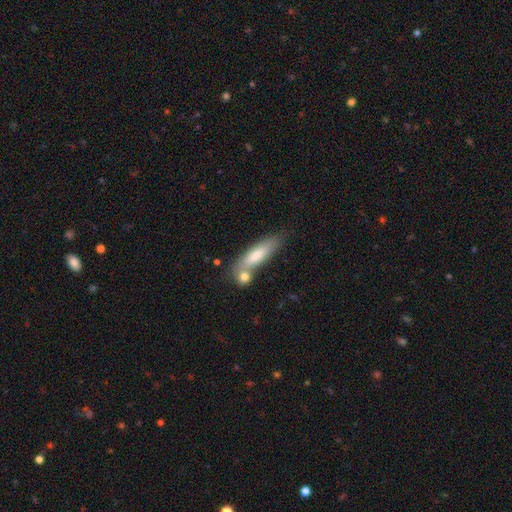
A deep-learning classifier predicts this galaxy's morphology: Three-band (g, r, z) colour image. It shows a smooth galaxy with no disk features (72%) that is cigar-shaped (66%). Merging: none (59%).